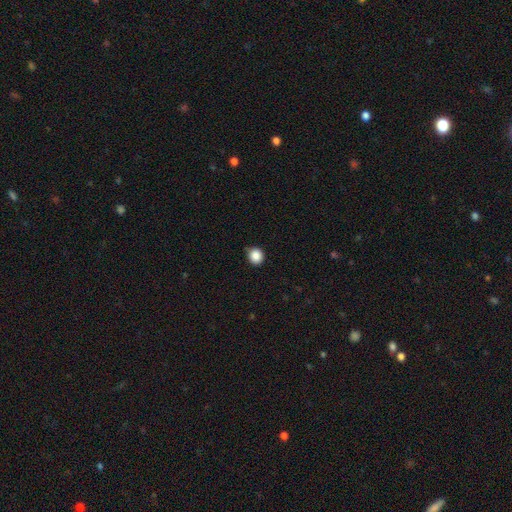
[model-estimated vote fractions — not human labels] A smooth galaxy with no disk features (87%) that is round (84%). Merging: none (83%).